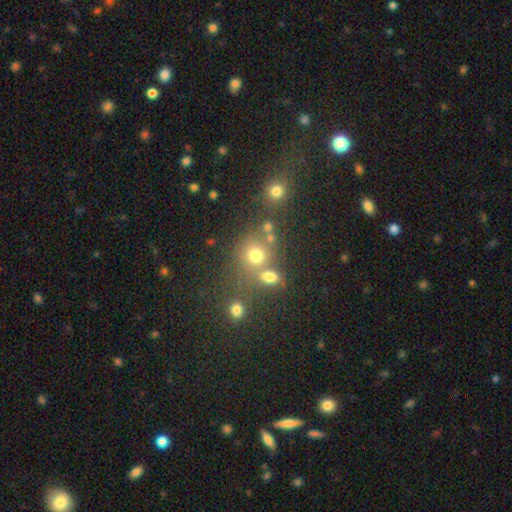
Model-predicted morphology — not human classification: smooth_or_featured: smooth (p=0.70) [alt: star or artifact p=0.19]
how_rounded: round (p=0.76) [alt: in between p=0.22]
merging: none (p=0.54) [alt: merger p=0.30]